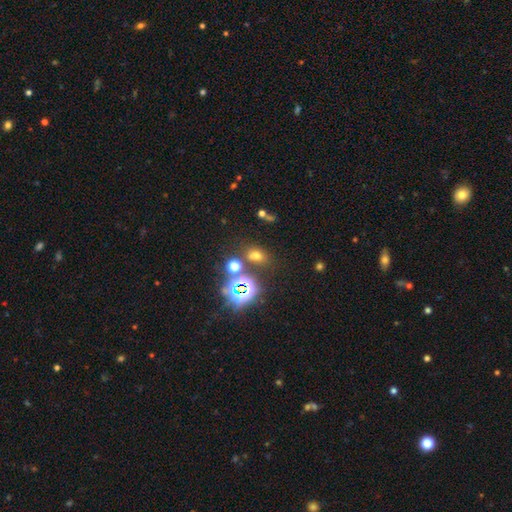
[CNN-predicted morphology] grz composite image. It shows a smooth galaxy with no disk features (55%) that is in between round and cigar-shaped (68%). Merging: none (69%).